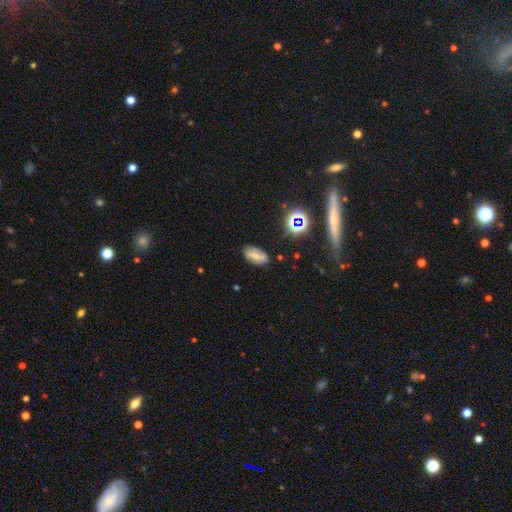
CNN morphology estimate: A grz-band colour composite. It shows a smooth galaxy with no disk features (58%) that is in between round and cigar-shaped (88%). Merging: none (73%).